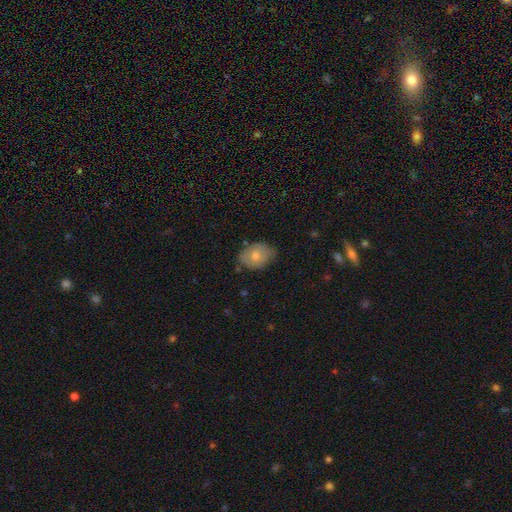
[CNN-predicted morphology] Smooth or featured? smooth (62%)
How rounded? in between (69%)
Merging? none (75%)